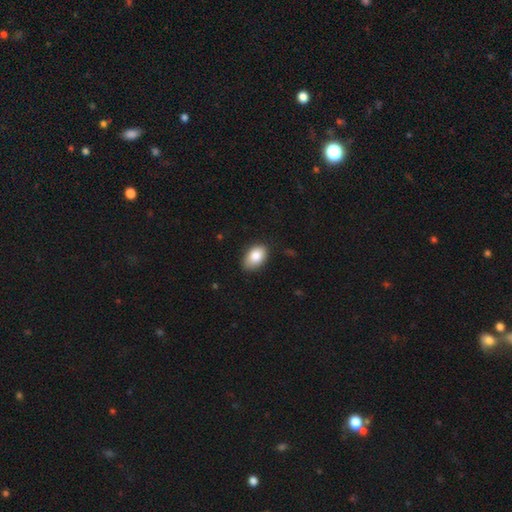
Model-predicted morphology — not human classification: A smooth galaxy with no disk features (84%) that is in between round and cigar-shaped (89%).

Vote fractions:
- Smooth or featured? smooth: 84% / featured or disk: 8% / star or artifact: 7%
- How rounded? in between: 89% / round: 10% / cigar-shaped: 1%
- Merging? none: 78% / minor disturbance: 18% / major disturbance: 3% / merger: 1%